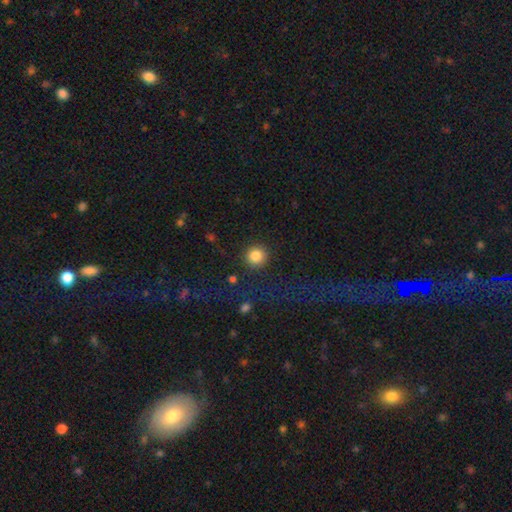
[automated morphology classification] Smooth or featured? Predicted: smooth (p=0.84). How rounded? Predicted: round (p=0.93). Merging? Predicted: none (p=0.90).